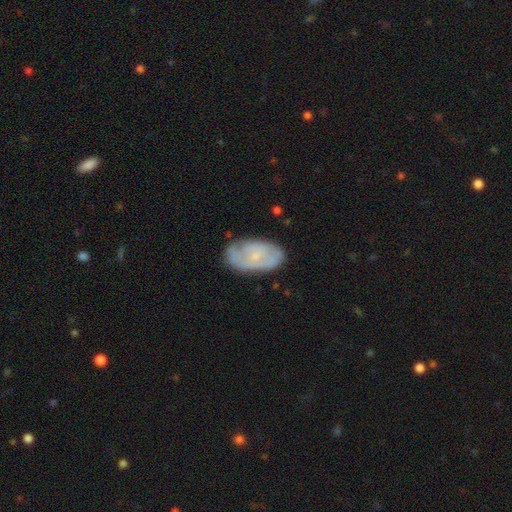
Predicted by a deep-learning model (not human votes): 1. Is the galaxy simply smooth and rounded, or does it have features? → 53% featured or disk, 40% smooth, 7% star or artifact.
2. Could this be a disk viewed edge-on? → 94% no, 6% yes.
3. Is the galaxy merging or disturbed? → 72% none, 21% minor disturbance, 5% major disturbance, 2% merger.